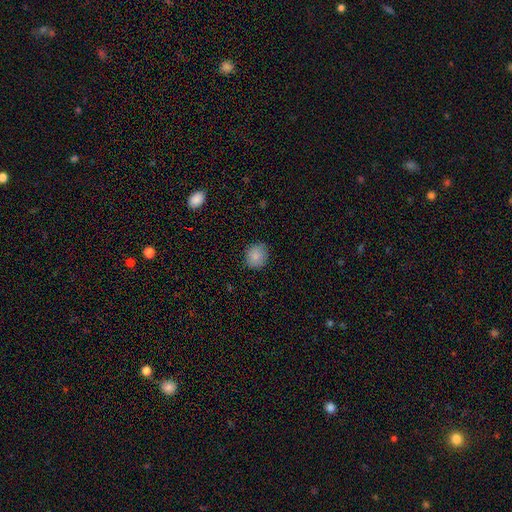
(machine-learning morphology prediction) The model was most divided on "how rounded": round: 82%, in between: 17%, cigar-shaped: 1%. More confident: smooth or featured — smooth (85%); merging — none (82%).